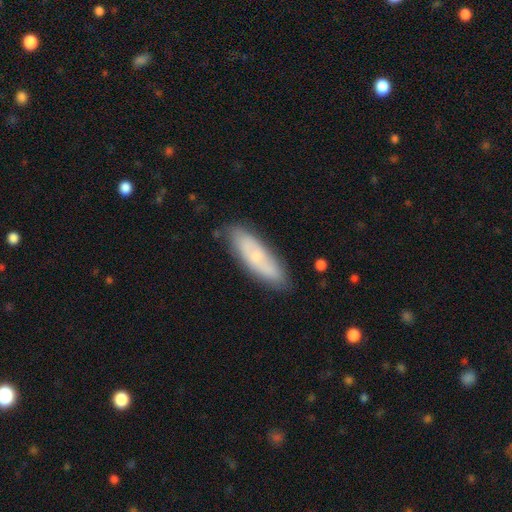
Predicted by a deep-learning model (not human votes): This appears to be a smooth galaxy with no disk features (54%) that is in between round and cigar-shaped (49%, tied with cigar-shaped). Merging: none (78%).